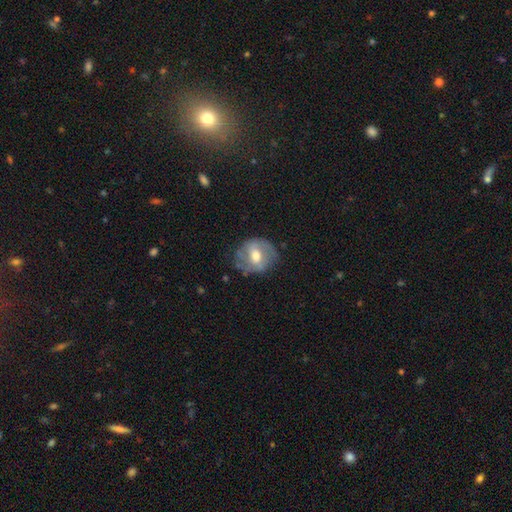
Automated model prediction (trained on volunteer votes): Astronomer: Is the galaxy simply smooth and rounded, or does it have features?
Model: featured or disk — 55% (runner-up: smooth, 38%).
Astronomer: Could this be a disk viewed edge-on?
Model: no — 95%.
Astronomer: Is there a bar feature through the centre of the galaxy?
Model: weak — 46% (runner-up: no, 36%).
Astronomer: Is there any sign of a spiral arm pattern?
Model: yes — 57% (runner-up: no, 43%).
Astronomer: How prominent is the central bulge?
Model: moderate — 72%.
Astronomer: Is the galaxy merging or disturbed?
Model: none — 66%.